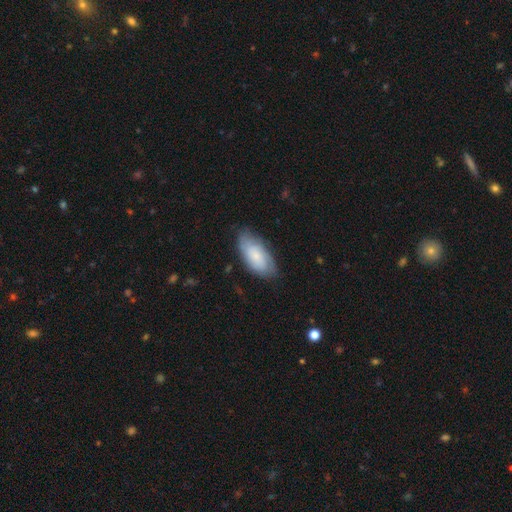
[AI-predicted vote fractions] smooth 57%, featured or disk 37%, star or artifact 6%. Down the decision tree: how rounded — in between (91%); merging — none (73%).